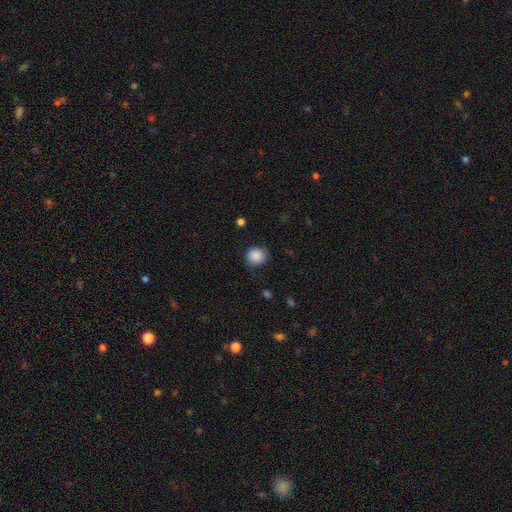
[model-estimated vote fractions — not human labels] Smooth or featured? Predicted: smooth (p=0.88). How rounded? Predicted: round (p=0.82). Merging? Predicted: none (p=0.80).